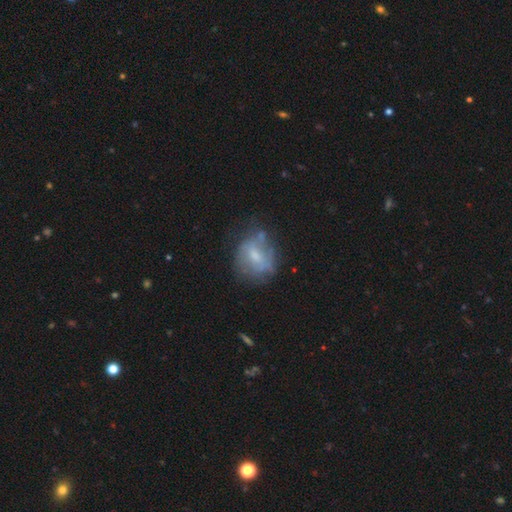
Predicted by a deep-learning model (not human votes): Smooth or featured? smooth (45%, tied with featured or disk)
Merging? none (52%)